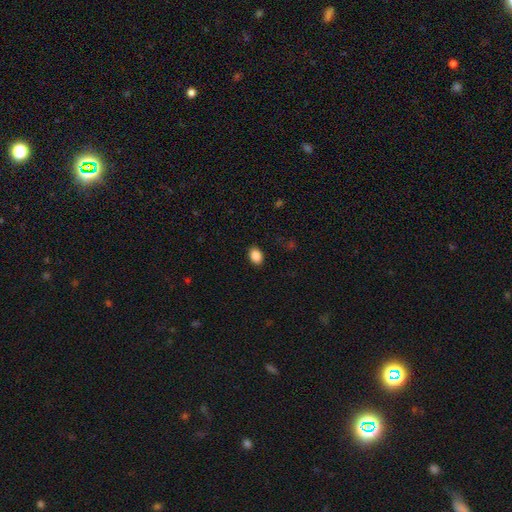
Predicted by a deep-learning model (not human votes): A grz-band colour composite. It shows a smooth galaxy with no disk features (88%) that is in between round and cigar-shaped (76%). Merging: none (89%).